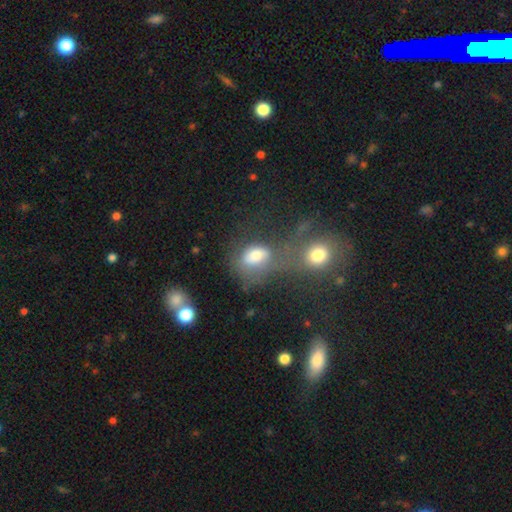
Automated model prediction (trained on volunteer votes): This appears to be a smooth galaxy with no disk features (67%) that is in between round and cigar-shaped (74%). Merging: merger (45%).